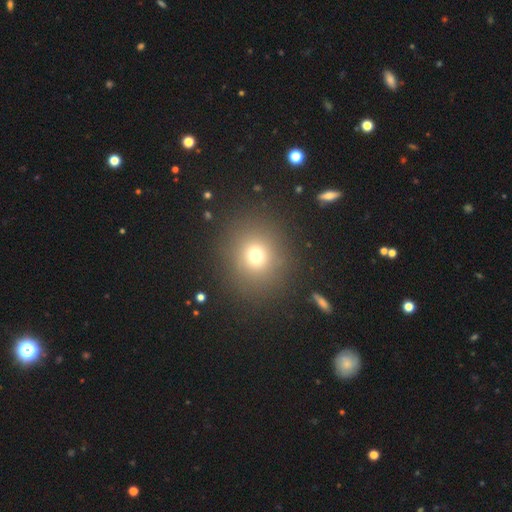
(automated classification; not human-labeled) Smooth or featured? Predicted: smooth (p=0.71). How rounded? Predicted: round (p=0.86). Merging? Predicted: none (p=0.87).